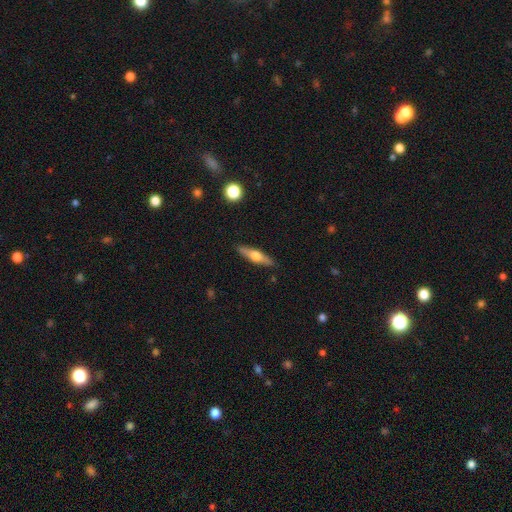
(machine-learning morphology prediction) Smooth or featured? Predicted: featured or disk (p=0.49). Merging? Predicted: none (p=0.88).